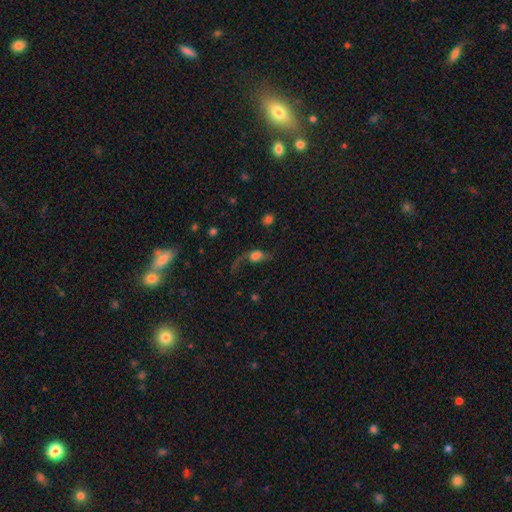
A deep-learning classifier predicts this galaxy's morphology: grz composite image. It shows a featured or disk galaxy (51%). Merging: none (40%).